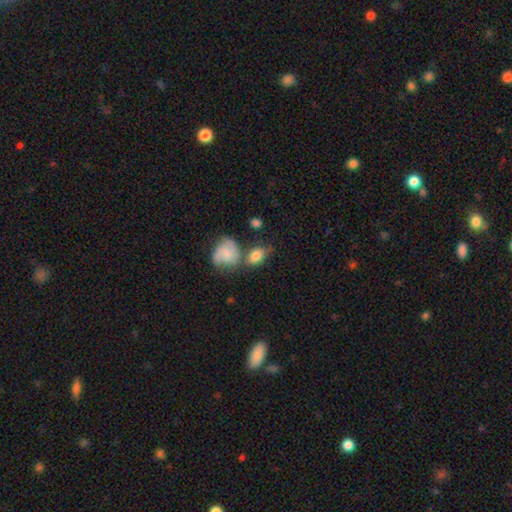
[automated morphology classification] Smooth or featured? smooth (71%)
How rounded? in between (73%)
Merging? none (46%)